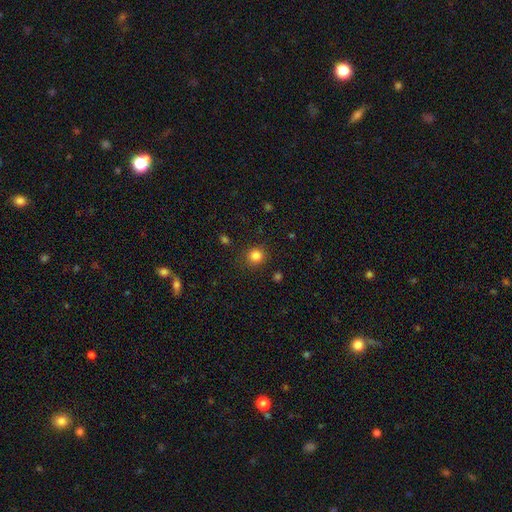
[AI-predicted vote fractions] Morphology: type=smooth (84%); roundness=round (87%); merging=none (86%).